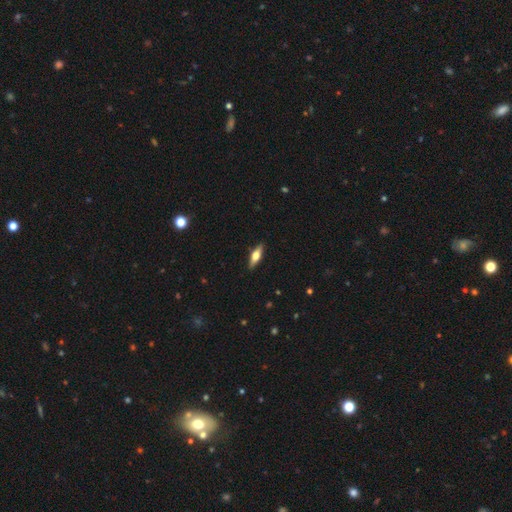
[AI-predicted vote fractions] Smooth or featured?
  - featured or disk: 52% *
  - smooth: 42%
  - star or artifact: 6%
Edge-on disk?
  - yes: 93% *
  - no: 7%
Merging?
  - none: 89% *
  - minor disturbance: 8%
  - major disturbance: 2%
  - merger: 1%